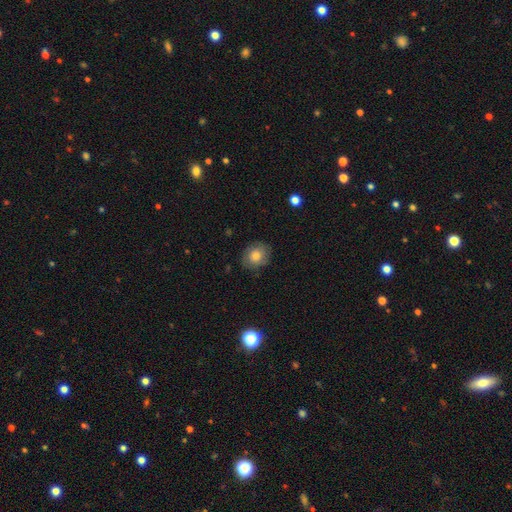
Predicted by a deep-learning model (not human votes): Smooth or featured? smooth (66%)
How rounded? round (68%)
Merging? none (78%)